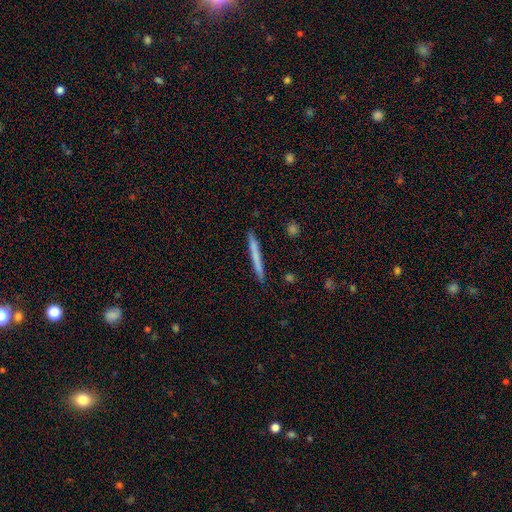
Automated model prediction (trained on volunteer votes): Smooth or featured?
  - smooth: 64% *
  - featured or disk: 30%
  - star or artifact: 6%
How rounded?
  - cigar-shaped: 97% *
  - in between: 2%
  - round: 1%
Merging?
  - none: 91% *
  - minor disturbance: 7%
  - major disturbance: 1%
  - merger: 1%